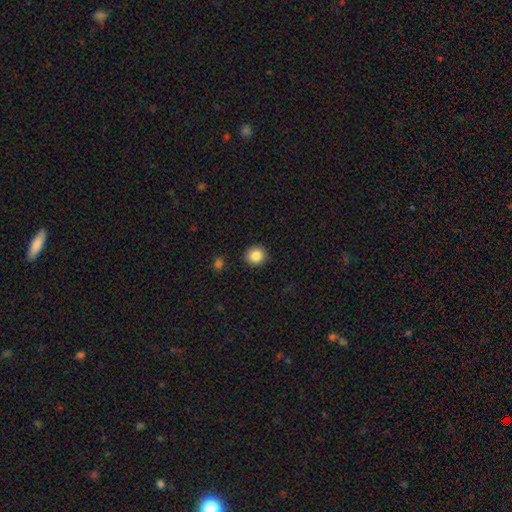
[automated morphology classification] smooth_or_featured: smooth (p=0.86) [alt: star or artifact p=0.09]
how_rounded: round (p=0.91) [alt: in between p=0.08]
merging: none (p=0.91) [alt: minor disturbance p=0.06]